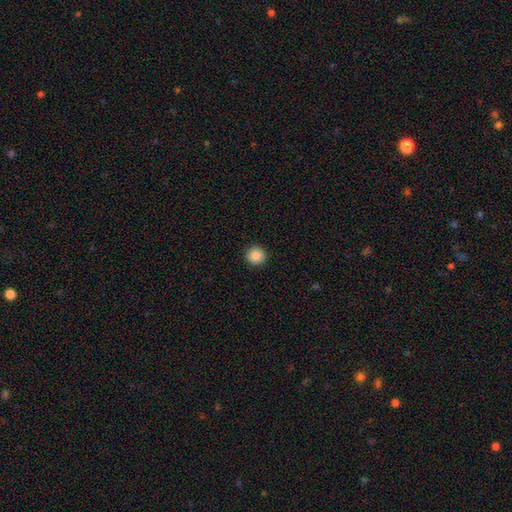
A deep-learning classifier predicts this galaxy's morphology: This is clearly a smooth galaxy (88%). How rounded: clearly round (94%). Merging: clearly none (93%).